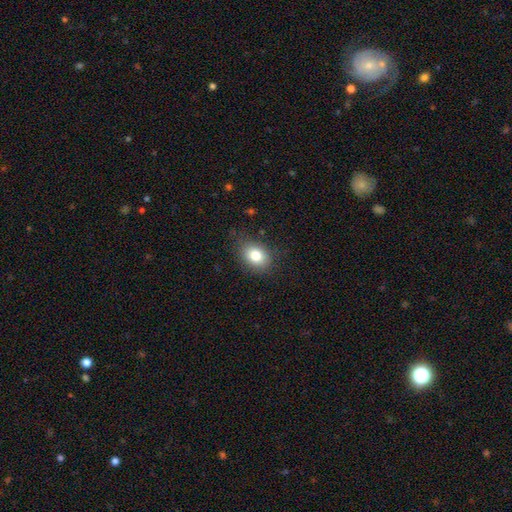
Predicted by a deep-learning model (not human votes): Smooth or featured: smooth — 81% (featured or disk — 10%)
How rounded: in between — 64% (round — 35%)
Merging: none — 81% (minor disturbance — 14%)